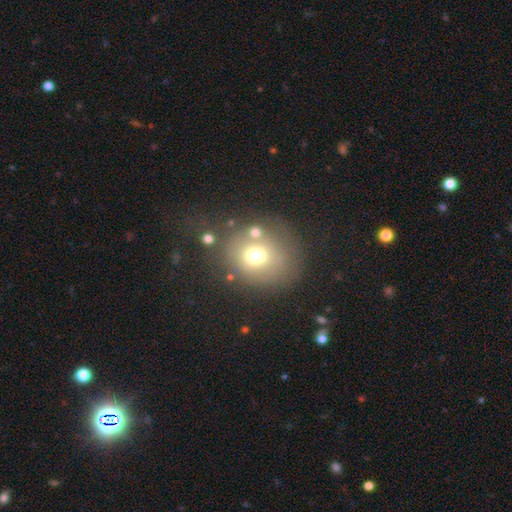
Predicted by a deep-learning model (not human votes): The model was most divided on "smooth or featured": smooth: 67%, featured or disk: 18%, star or artifact: 15%. More confident: how rounded — round (74%); merging — none (65%).